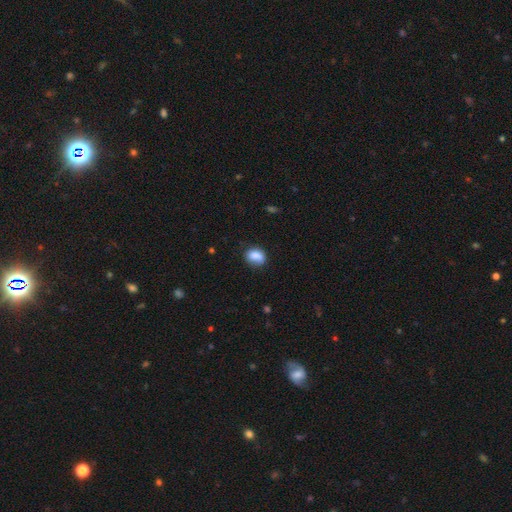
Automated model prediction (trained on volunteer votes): Smooth or featured? Predicted: smooth (p=0.84). How rounded? Predicted: in between (p=0.66). Merging? Predicted: none (p=0.65).